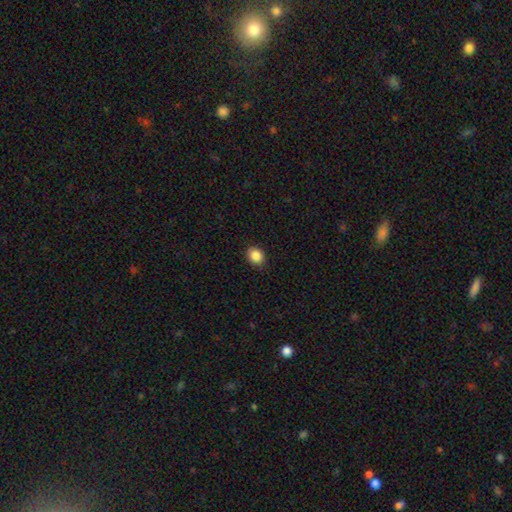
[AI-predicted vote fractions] Smooth or featured? smooth (87%)
How rounded? round (65%)
Merging? none (87%)